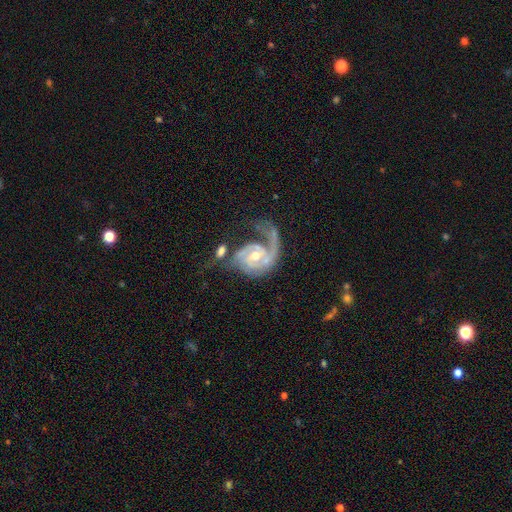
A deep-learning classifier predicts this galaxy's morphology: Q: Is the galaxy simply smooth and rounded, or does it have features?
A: featured or disk — 89%.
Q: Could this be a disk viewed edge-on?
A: no — 98%.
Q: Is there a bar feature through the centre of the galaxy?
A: no — 60%.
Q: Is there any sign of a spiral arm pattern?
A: yes — 96%.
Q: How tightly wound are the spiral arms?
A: medium — 43%.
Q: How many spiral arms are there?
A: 2 — 47%.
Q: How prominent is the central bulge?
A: moderate — 57%.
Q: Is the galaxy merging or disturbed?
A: none — 34%.